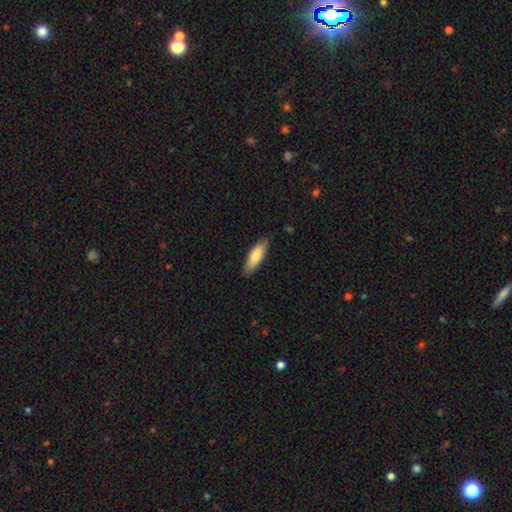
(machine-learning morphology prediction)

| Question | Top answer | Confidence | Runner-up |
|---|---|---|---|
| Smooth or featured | smooth | 79% | featured or disk (16%) |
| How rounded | in between | 55% | cigar-shaped (44%) |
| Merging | none | 85% | minor disturbance (12%) |